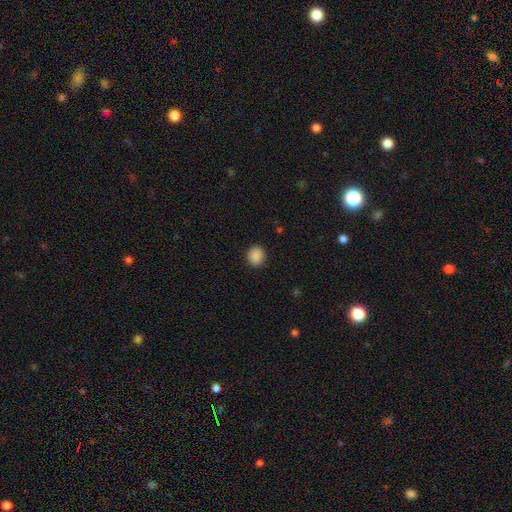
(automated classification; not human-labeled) Smooth or featured? smooth (89%)
How rounded? round (78%)
Merging? none (90%)